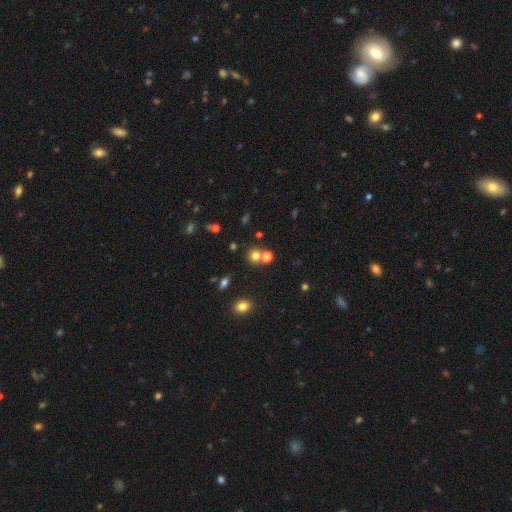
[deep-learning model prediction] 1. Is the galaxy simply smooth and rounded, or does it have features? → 72% smooth, 18% star or artifact, 10% featured or disk.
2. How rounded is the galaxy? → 86% round, 13% in between, 1% cigar-shaped.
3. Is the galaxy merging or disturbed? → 61% none, 28% merger, 7% minor disturbance, 3% major disturbance.